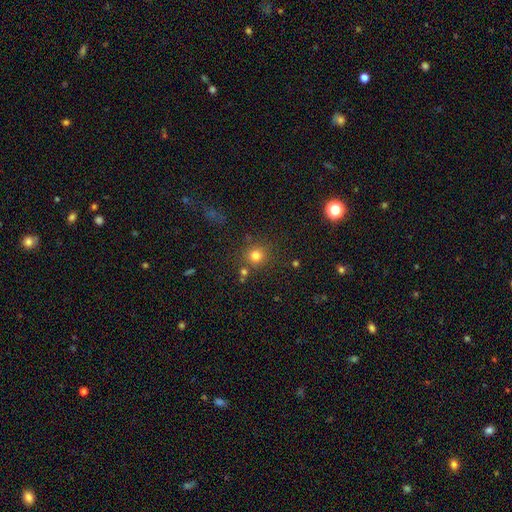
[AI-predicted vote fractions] Morphology: type=smooth (78%); roundness=round (90%); merging=none (78%).